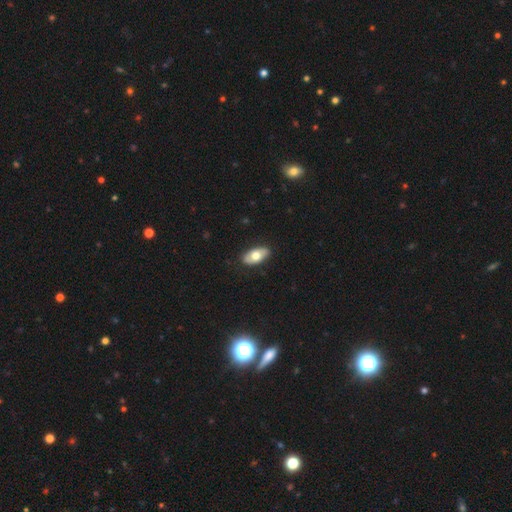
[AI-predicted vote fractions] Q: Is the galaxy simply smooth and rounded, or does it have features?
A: smooth — 67%.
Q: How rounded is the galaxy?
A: in between — 93%.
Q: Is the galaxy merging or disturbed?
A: none — 86%.